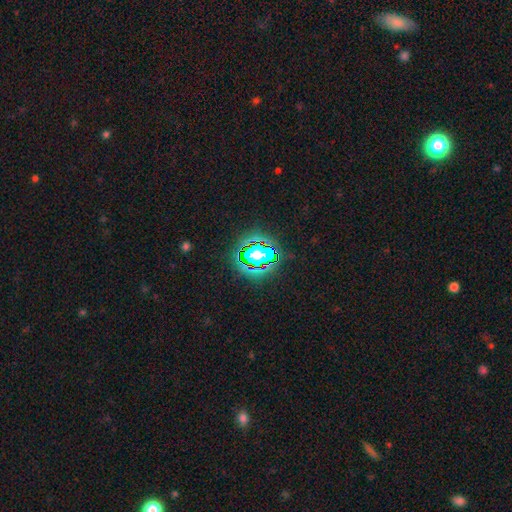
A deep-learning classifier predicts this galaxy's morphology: Smooth or featured? Predicted: star or artifact (p=0.79).